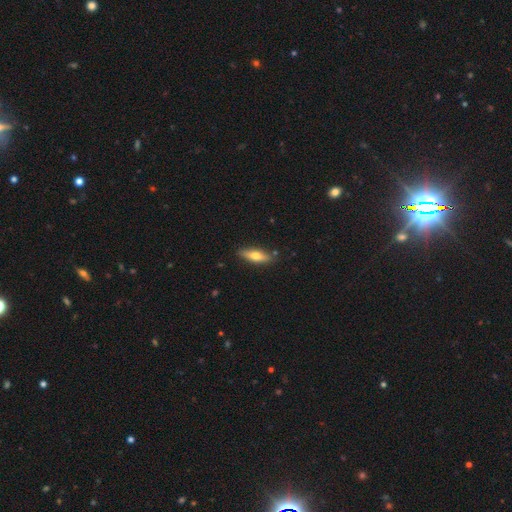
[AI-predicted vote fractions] A smooth galaxy with no disk features (59%) that is cigar-shaped (52%).

Vote fractions:
- Smooth or featured? smooth: 59% / featured or disk: 35% / star or artifact: 6%
- How rounded? cigar-shaped: 52% / in between: 45% / round: 3%
- Merging? none: 86% / minor disturbance: 10% / major disturbance: 2% / merger: 2%